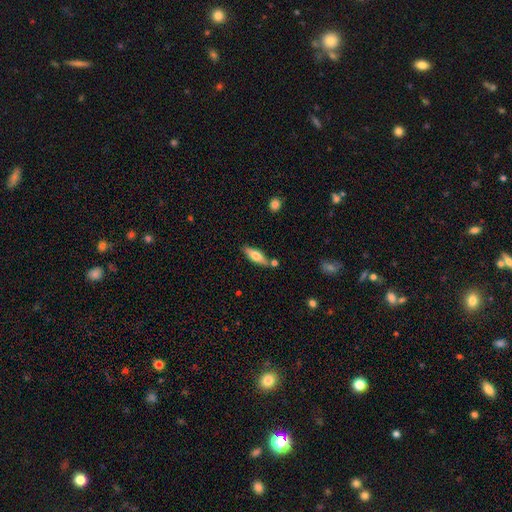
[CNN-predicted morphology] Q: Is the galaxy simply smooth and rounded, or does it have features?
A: smooth — 56%.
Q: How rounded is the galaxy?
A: cigar-shaped — 52%.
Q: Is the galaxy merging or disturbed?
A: none — 78%.